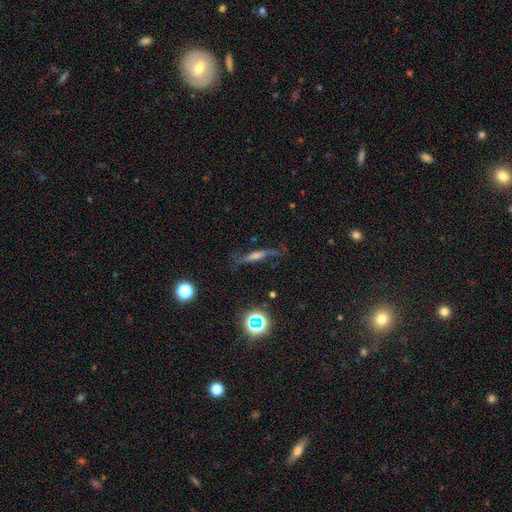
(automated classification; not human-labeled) smooth-or-featured: featured or disk: 54% | smooth: 25% | star or artifact: 21%
  disk-edge-on: yes: 84% | no: 16%
  merging: none: 78% | minor disturbance: 14% | major disturbance: 5% | merger: 2%